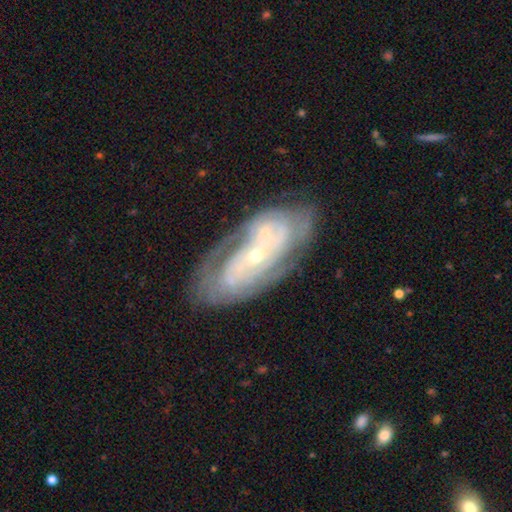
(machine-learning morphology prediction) Smooth or featured?
  - featured or disk: 80% *
  - smooth: 13%
  - star or artifact: 7%
Edge-on disk?
  - no: 93% *
  - yes: 7%
Bar?
  - no: 68% *
  - weak: 22%
  - strong: 10%
Spiral arms?
  - yes: 81% *
  - no: 19%
Spiral winding?
  - tight: 63% *
  - medium: 28%
  - loose: 9%
Spiral arm count?
  - can't tell: 43% *
  - 2: 33%
  - 3: 10%
  - 4: 5%
  - 1: 5%
  - more than 4: 4%
Bulge size?
  - small: 73% *
  - moderate: 22%
  - large: 2%
  - none: 2%
  - dominant: 1%
Merging?
  - none: 59% *
  - minor disturbance: 19%
  - merger: 12%
  - major disturbance: 10%